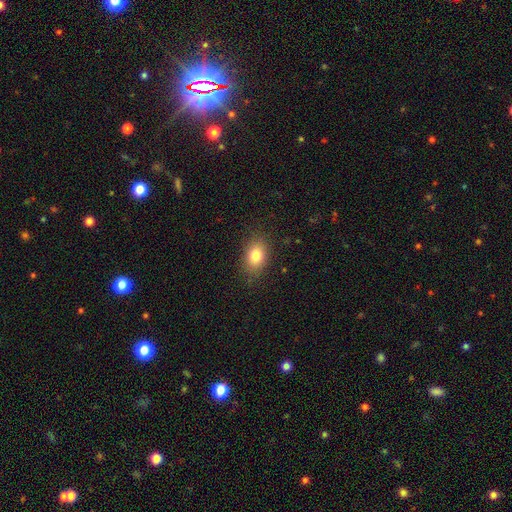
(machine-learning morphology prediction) Smooth or featured?
  - smooth: 81% *
  - star or artifact: 10%
  - featured or disk: 9%
How rounded?
  - in between: 78% *
  - round: 20%
  - cigar-shaped: 2%
Merging?
  - none: 85% *
  - minor disturbance: 11%
  - major disturbance: 3%
  - merger: 1%